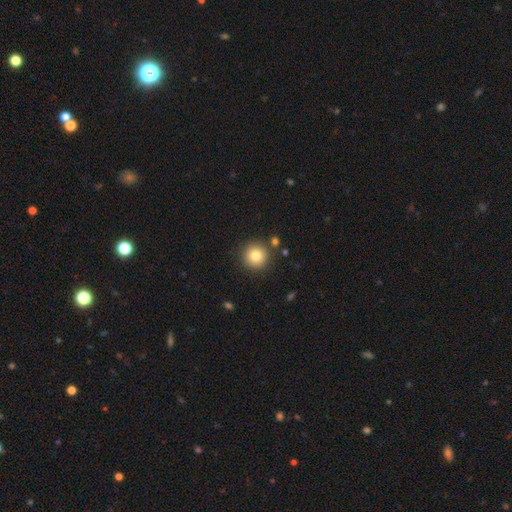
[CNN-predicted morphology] Smooth or featured?
  - smooth: 81% *
  - star or artifact: 11%
  - featured or disk: 8%
How rounded?
  - round: 95% *
  - in between: 4%
  - cigar-shaped: 1%
Merging?
  - none: 88% *
  - minor disturbance: 7%
  - merger: 4%
  - major disturbance: 2%